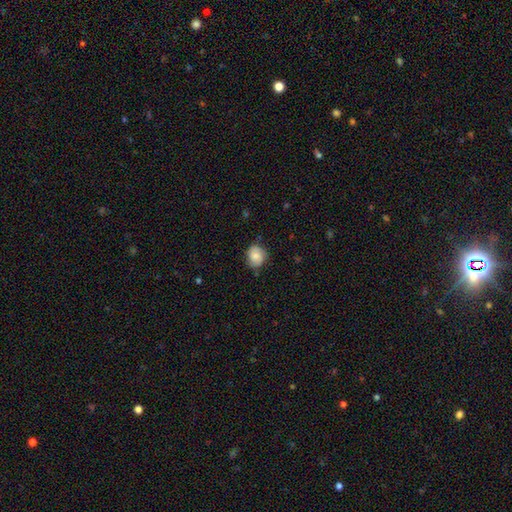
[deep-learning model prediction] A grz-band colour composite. It shows a smooth galaxy with no disk features (65%) that is round (65%). Merging: none (72%).